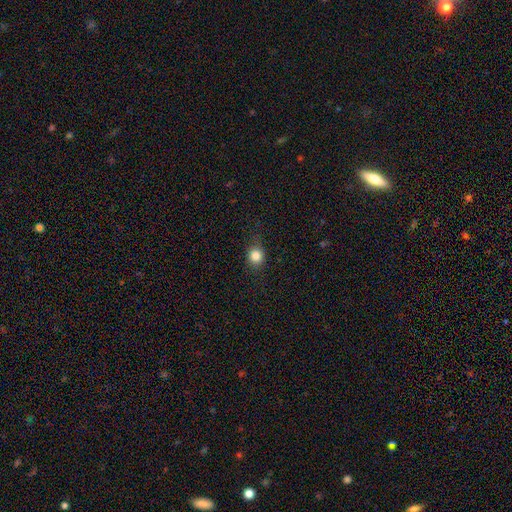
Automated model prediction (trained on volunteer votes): Smooth or featured: smooth — 83% (star or artifact — 11%)
How rounded: round — 79% (in between — 19%)
Merging: none — 81% (minor disturbance — 14%)